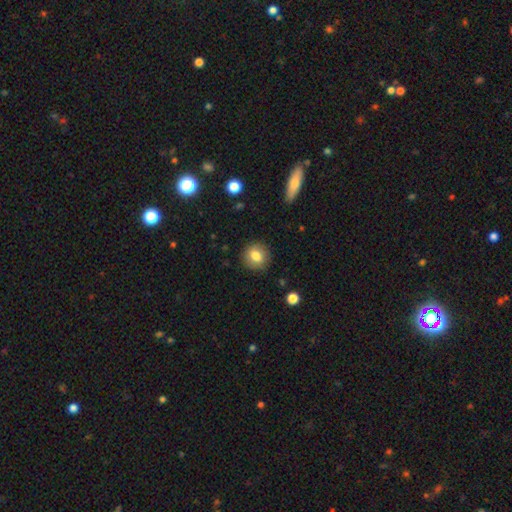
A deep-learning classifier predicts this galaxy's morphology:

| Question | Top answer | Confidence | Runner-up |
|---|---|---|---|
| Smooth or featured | smooth | 81% | featured or disk (10%) |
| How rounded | round | 88% | in between (11%) |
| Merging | none | 89% | minor disturbance (8%) |